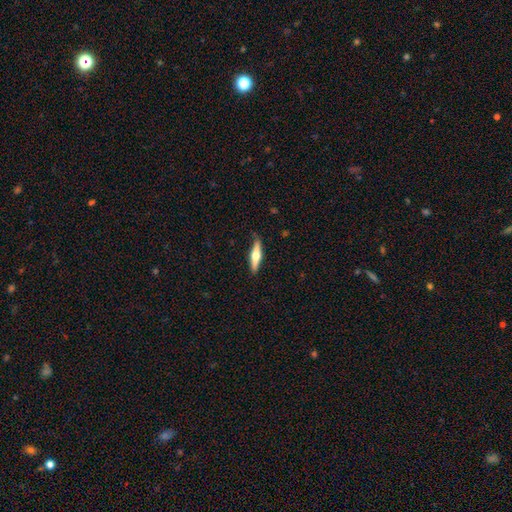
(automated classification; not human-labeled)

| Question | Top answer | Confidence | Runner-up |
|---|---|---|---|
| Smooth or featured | featured or disk | 53% | smooth (42%) |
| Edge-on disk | yes | 95% | no (5%) |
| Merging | none | 84% | minor disturbance (12%) |